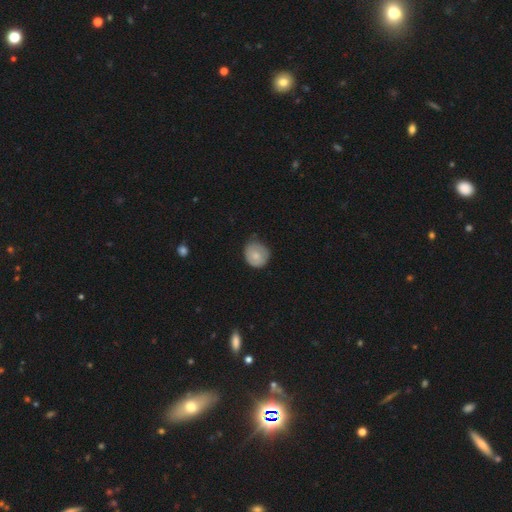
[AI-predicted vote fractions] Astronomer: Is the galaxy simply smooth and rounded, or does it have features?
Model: smooth — 74%.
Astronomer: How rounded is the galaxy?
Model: round — 77%.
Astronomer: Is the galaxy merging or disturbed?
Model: none — 59%.